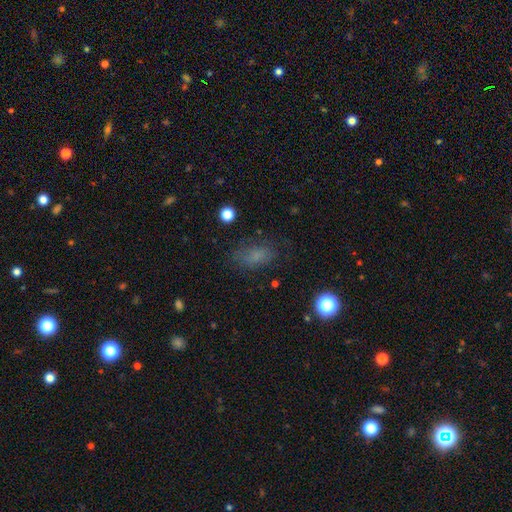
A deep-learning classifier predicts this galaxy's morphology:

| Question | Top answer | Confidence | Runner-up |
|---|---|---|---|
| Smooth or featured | smooth | 70% | star or artifact (18%) |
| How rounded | in between | 84% | round (11%) |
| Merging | none | 72% | minor disturbance (18%) |